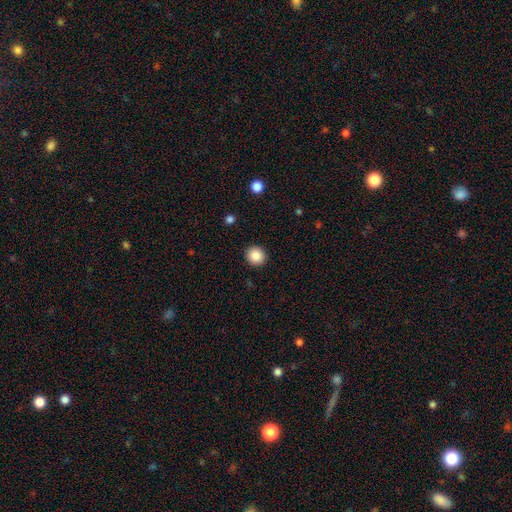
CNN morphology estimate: smooth 87%, star or artifact 9%, featured or disk 3%. Down the decision tree: how rounded — round (91%); merging — none (92%).